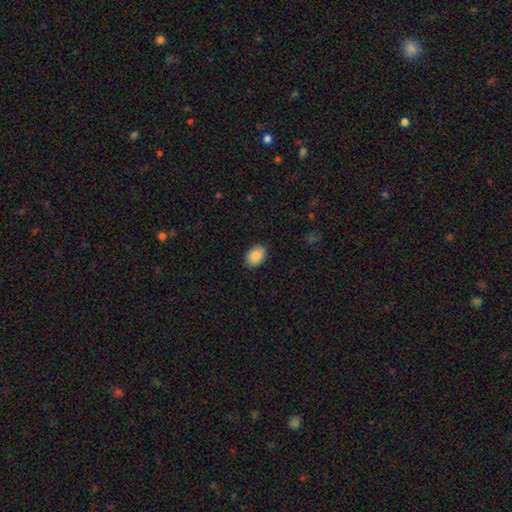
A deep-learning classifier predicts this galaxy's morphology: Smooth or featured: smooth — 89% (star or artifact — 7%)
How rounded: in between — 78% (round — 21%)
Merging: none — 89% (minor disturbance — 8%)